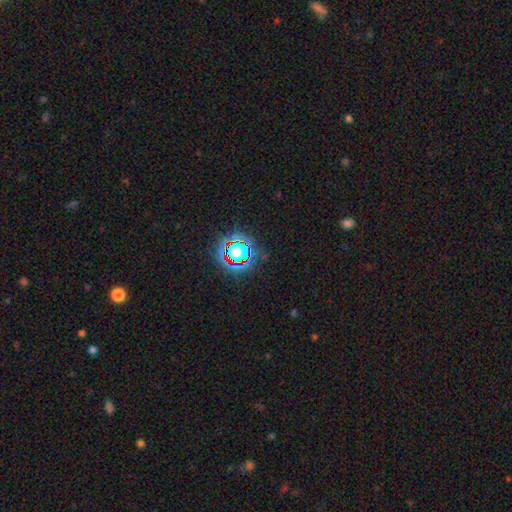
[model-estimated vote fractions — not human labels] This appears to be a star or artifact, not a galaxy (80%).